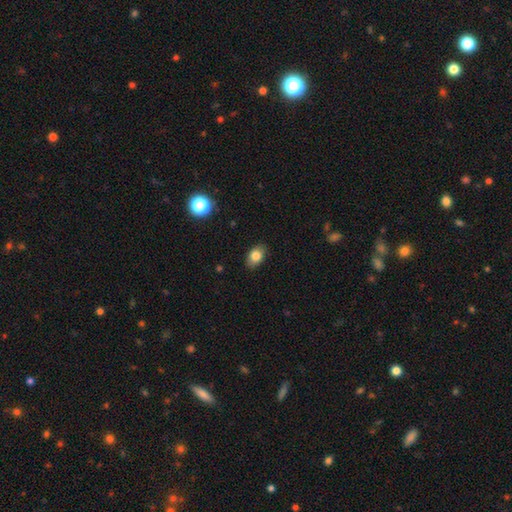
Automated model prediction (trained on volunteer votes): This appears to be a smooth galaxy with no disk features (81%) that is in between round and cigar-shaped (84%). Merging: none (87%).